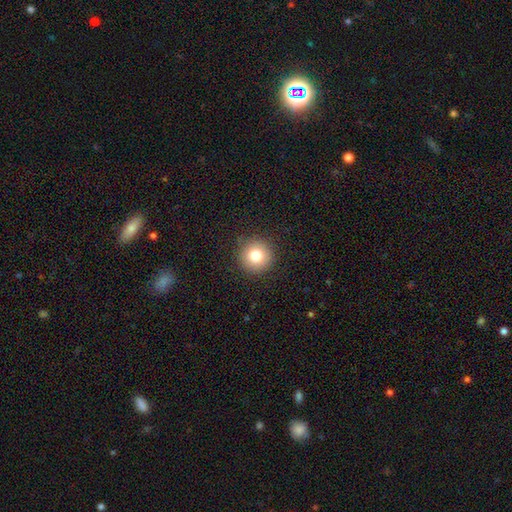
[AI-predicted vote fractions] Overall: smooth (80%). How rounded: round (95%). Merging: none (90%).